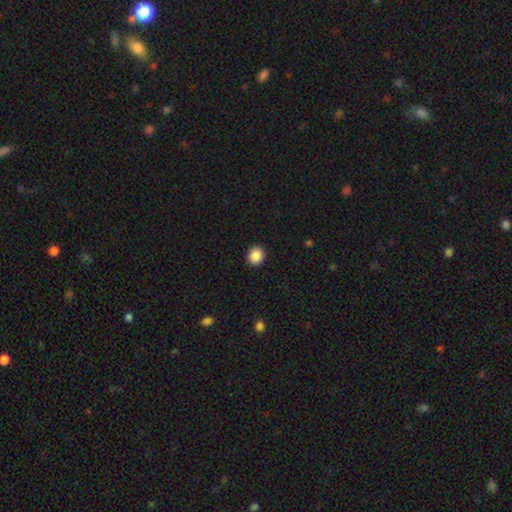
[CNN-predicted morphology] Smooth or featured? smooth (89%)
How rounded? round (73%)
Merging? none (91%)